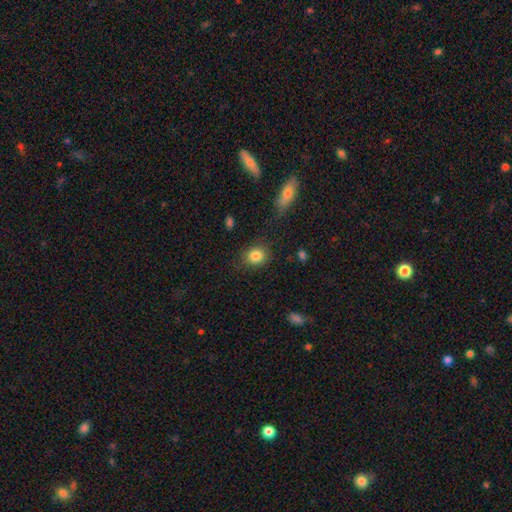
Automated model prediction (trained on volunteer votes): Smooth or featured?
  - smooth: 84% *
  - star or artifact: 9%
  - featured or disk: 7%
How rounded?
  - round: 66% *
  - in between: 32%
  - cigar-shaped: 1%
Merging?
  - none: 84% *
  - minor disturbance: 11%
  - major disturbance: 3%
  - merger: 2%